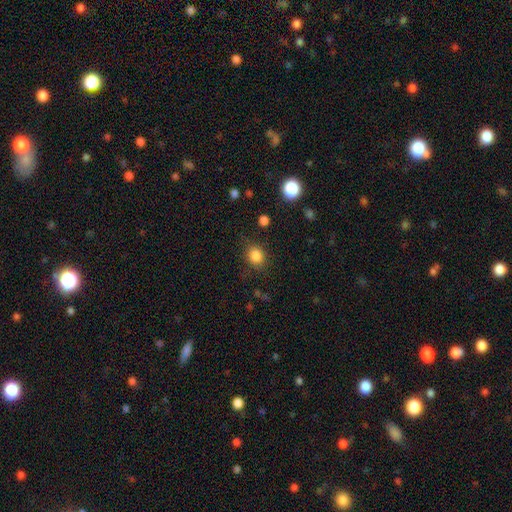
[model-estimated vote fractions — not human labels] Overall: smooth (84%). How rounded: round (69%; in between 30%). Merging: none (82%).